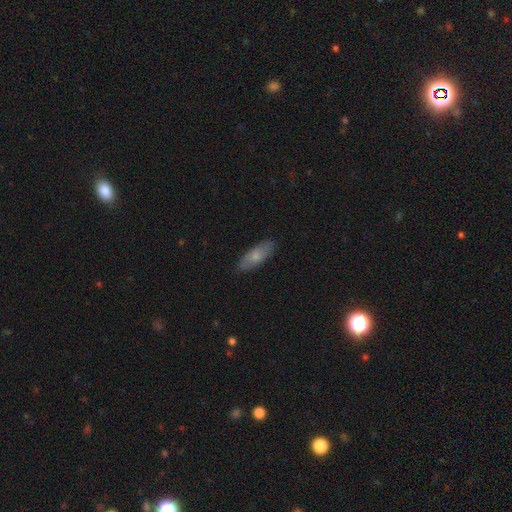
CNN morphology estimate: smooth 73%, featured or disk 22%, star or artifact 6%. Down the decision tree: how rounded — in between (66%); merging — none (85%).